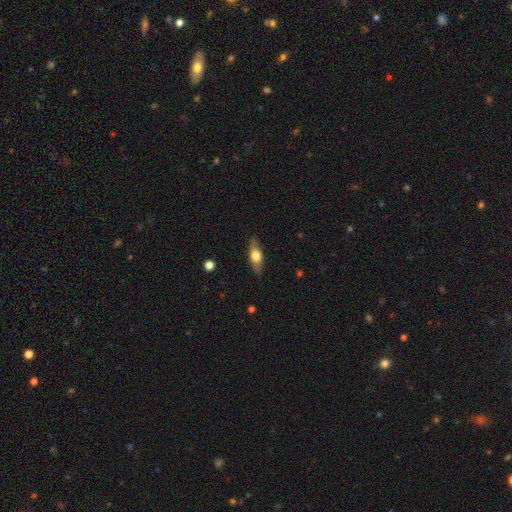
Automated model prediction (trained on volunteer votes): Overall: smooth (53%; featured or disk 41%). How rounded: in between (62%; cigar-shaped 33%). Merging: none (85%).